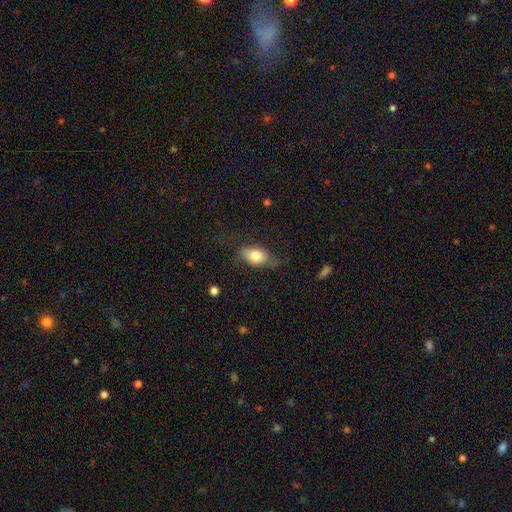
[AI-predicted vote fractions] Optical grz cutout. It shows a smooth galaxy with no disk features (75%) that is in between round and cigar-shaped (85%). Merging: none (57%).